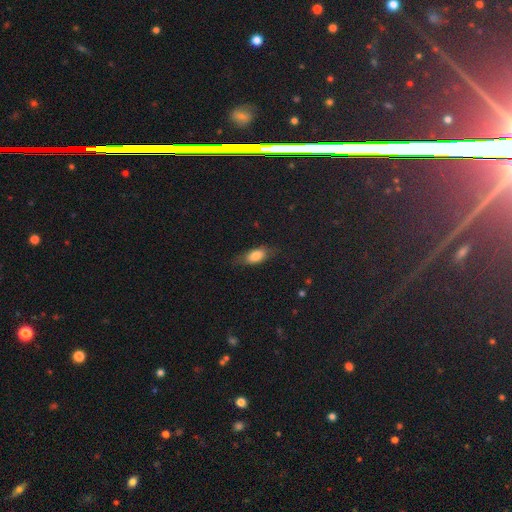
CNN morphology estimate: type=smooth (78%); roundness=in between (82%); merging=none (72%).